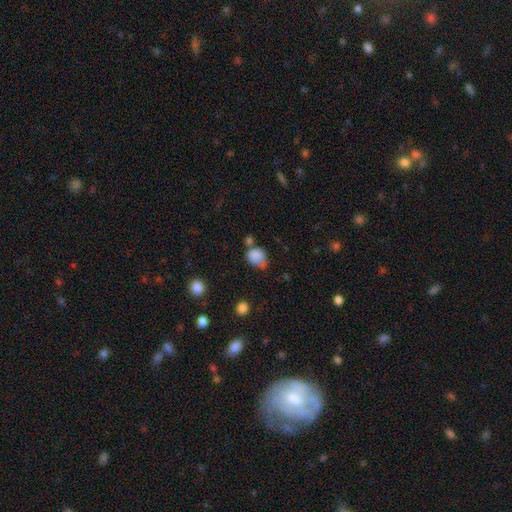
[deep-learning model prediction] Smooth or featured: smooth — 83% (star or artifact — 10%)
How rounded: in between — 56% (round — 43%)
Merging: none — 39% (minor disturbance — 36%)